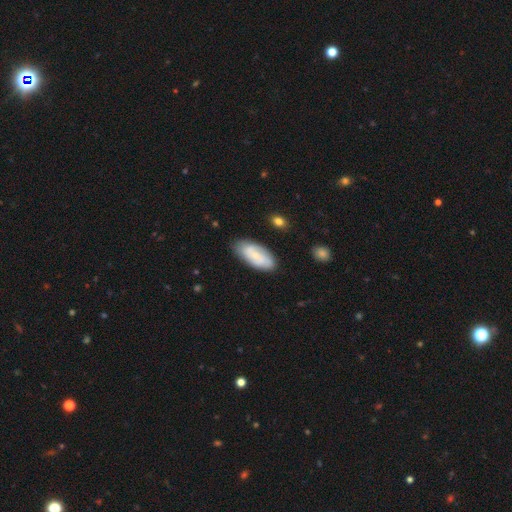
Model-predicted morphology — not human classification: smooth 58%, featured or disk 36%, star or artifact 6%. Down the decision tree: how rounded — in between (87%); merging — none (78%).